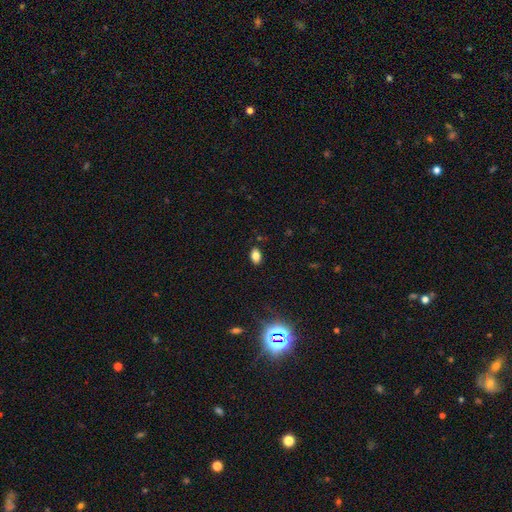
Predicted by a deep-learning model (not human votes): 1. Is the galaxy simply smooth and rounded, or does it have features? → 80% smooth, 12% star or artifact, 7% featured or disk.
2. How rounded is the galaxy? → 87% in between, 11% round, 2% cigar-shaped.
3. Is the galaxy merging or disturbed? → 86% none, 10% minor disturbance, 2% major disturbance, 1% merger.